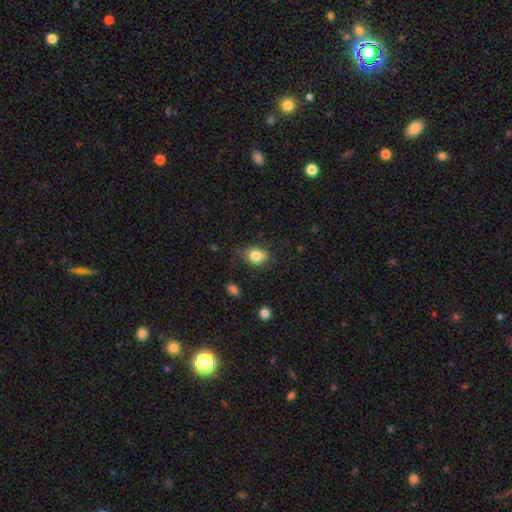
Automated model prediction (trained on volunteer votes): A smooth galaxy with no disk features (82%) that is in between round and cigar-shaped (54%).

Vote fractions:
- Smooth or featured? smooth: 82% / star or artifact: 10% / featured or disk: 9%
- How rounded? in between: 54% / round: 45% / cigar-shaped: 1%
- Merging? none: 71% / minor disturbance: 21% / major disturbance: 6% / merger: 2%